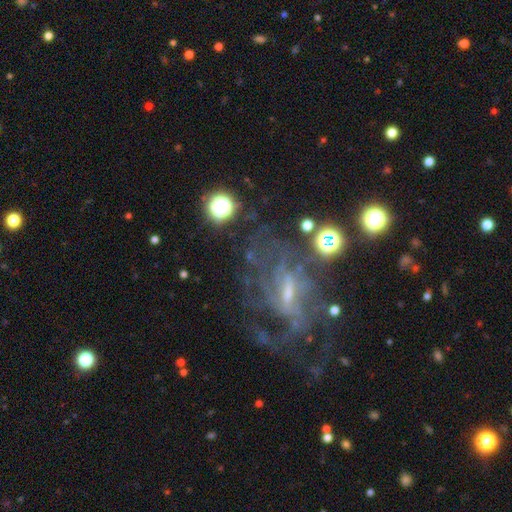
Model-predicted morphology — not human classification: smooth_or_featured: featured or disk (p=0.73) [alt: star or artifact p=0.16]
disk_edge_on: no (p=0.93) [alt: yes p=0.07]
bar: weak (p=0.48) [alt: no p=0.30]
has_spiral_arms: yes (p=0.76) [alt: no p=0.24]
spiral_winding: tight (p=0.44) [alt: medium p=0.38]
spiral_arm_count: can't tell (p=0.57) [alt: 2 p=0.12]
bulge_size: small (p=0.57) [alt: moderate p=0.25]
merging: none (p=0.55) [alt: major disturbance p=0.22]